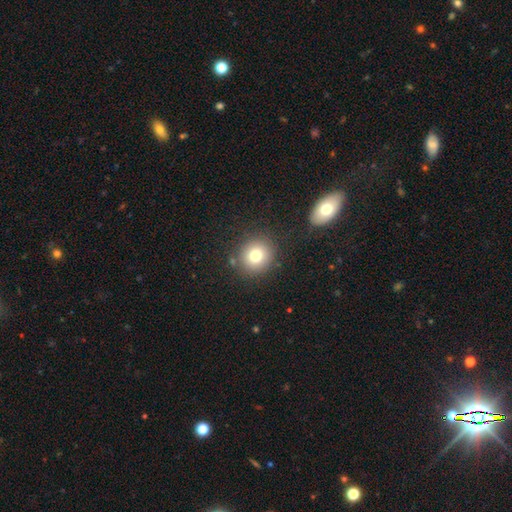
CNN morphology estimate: This is likely a smooth galaxy (76%). How rounded: clearly round (88%). Merging: clearly none (85%).